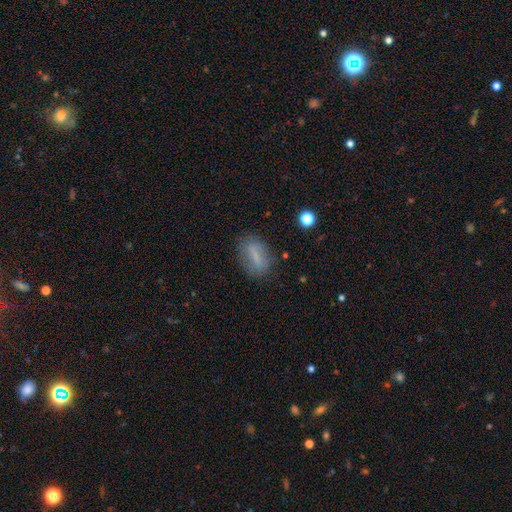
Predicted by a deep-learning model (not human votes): smooth_or_featured: smooth (p=0.66) [alt: featured or disk p=0.24]
how_rounded: in between (p=0.76) [alt: cigar-shaped p=0.15]
merging: none (p=0.75) [alt: minor disturbance p=0.16]